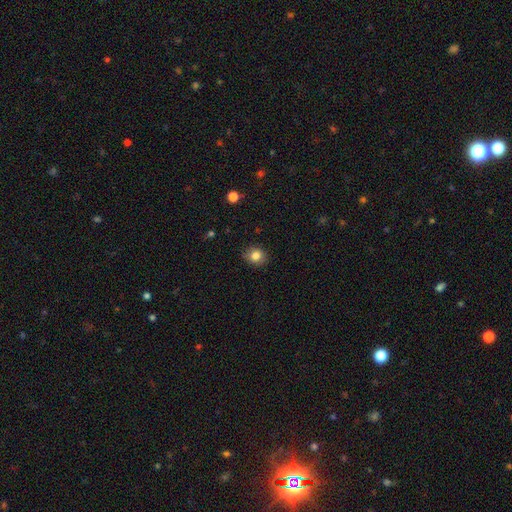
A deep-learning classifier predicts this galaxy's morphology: smooth_or_featured: smooth (p=0.83) [alt: star or artifact p=0.11]
how_rounded: round (p=0.74) [alt: in between p=0.25]
merging: none (p=0.86) [alt: minor disturbance p=0.10]